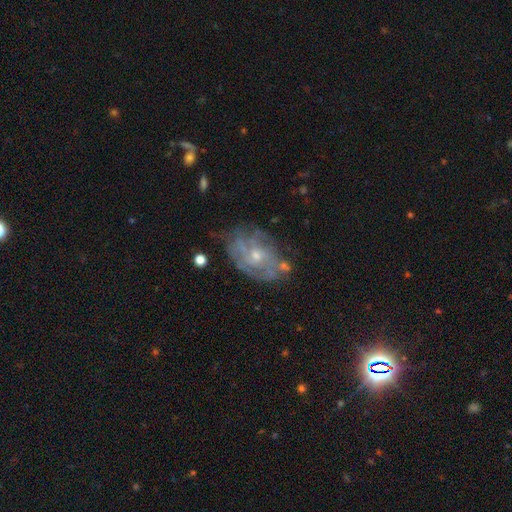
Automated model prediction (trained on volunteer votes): Smooth or featured? Predicted: featured or disk (p=0.74). Edge-on disk? Predicted: no (p=0.96). Bar? Predicted: no (p=0.79). Spiral arms? Predicted: yes (p=0.67). Bulge size? Predicted: small (p=0.58). Merging? Predicted: none (p=0.58).